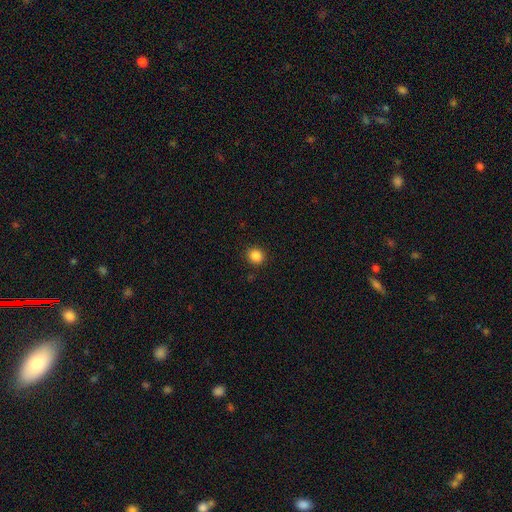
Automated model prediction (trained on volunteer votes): Q: Smooth or featured?
A: smooth (86%); runner-up: star or artifact (11%)
Q: How rounded?
A: round (85%); runner-up: in between (14%)
Q: Merging?
A: none (91%); runner-up: minor disturbance (6%)